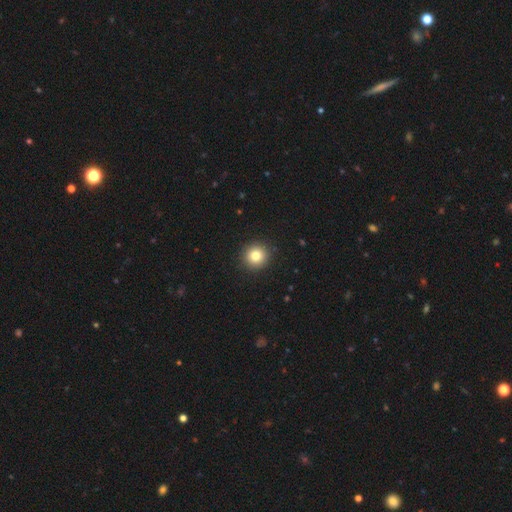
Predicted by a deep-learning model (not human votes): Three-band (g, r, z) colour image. It shows a smooth galaxy with no disk features (80%) that is round (94%). Merging: none (93%).